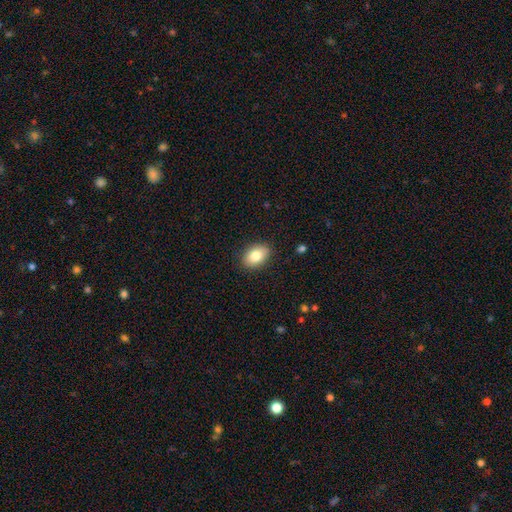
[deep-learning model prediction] A smooth galaxy with no disk features (82%) that is in between round and cigar-shaped (82%).

Vote fractions:
- Smooth or featured? smooth: 82% / featured or disk: 10% / star or artifact: 8%
- How rounded? in between: 82% / round: 17% / cigar-shaped: 1%
- Merging? none: 87% / minor disturbance: 10% / major disturbance: 2% / merger: 1%